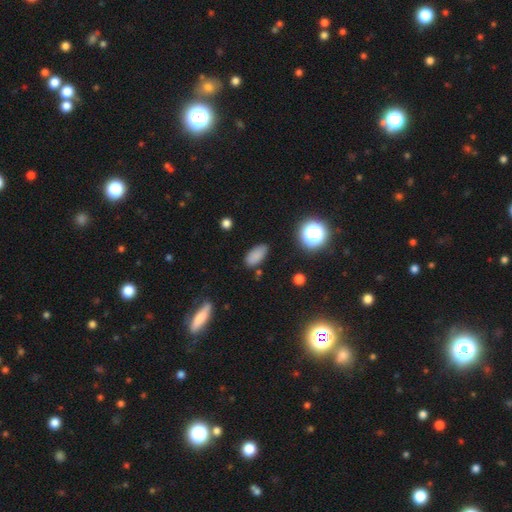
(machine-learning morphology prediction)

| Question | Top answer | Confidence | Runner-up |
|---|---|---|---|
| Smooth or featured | smooth | 83% | star or artifact (12%) |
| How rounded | in between | 89% | cigar-shaped (7%) |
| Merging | none | 81% | minor disturbance (14%) |